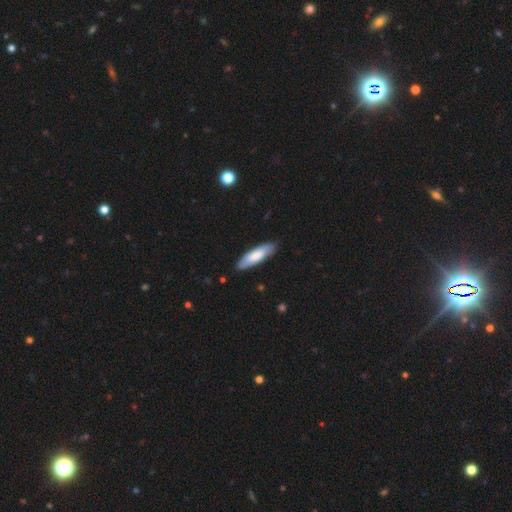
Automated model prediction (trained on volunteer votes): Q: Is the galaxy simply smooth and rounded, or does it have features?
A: smooth — 74%.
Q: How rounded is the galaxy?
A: cigar-shaped — 56%.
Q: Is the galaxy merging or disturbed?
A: none — 86%.